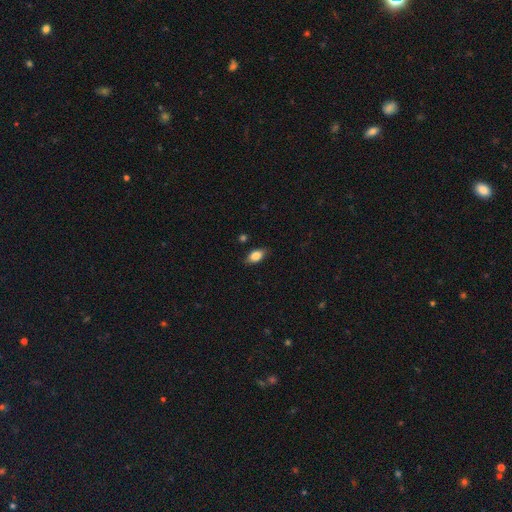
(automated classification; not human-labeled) This appears to be a smooth galaxy with no disk features (84%) that is in between round and cigar-shaped (89%). Merging: none (84%).